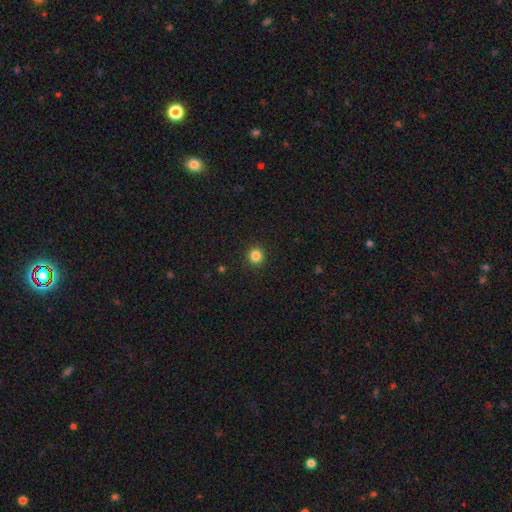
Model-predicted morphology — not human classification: Q: Smooth or featured?
A: smooth (85%); runner-up: star or artifact (12%)
Q: How rounded?
A: round (92%); runner-up: in between (7%)
Q: Merging?
A: none (92%); runner-up: minor disturbance (5%)